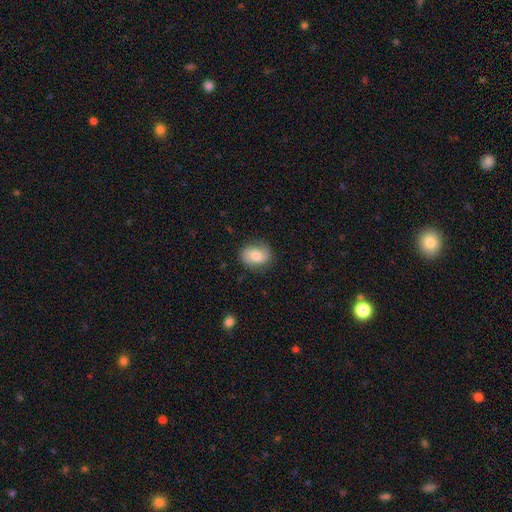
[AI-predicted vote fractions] A smooth galaxy with no disk features (69%) that is in between round and cigar-shaped (53%). Merging: none (80%).